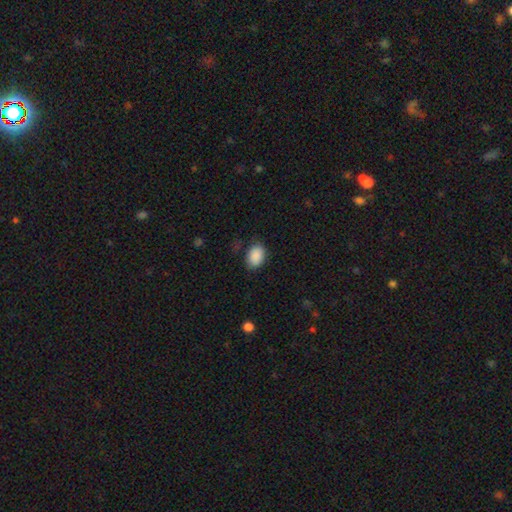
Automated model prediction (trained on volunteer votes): Smooth or featured: smooth — 90% (star or artifact — 7%)
How rounded: in between — 84% (round — 15%)
Merging: none — 81% (minor disturbance — 14%)